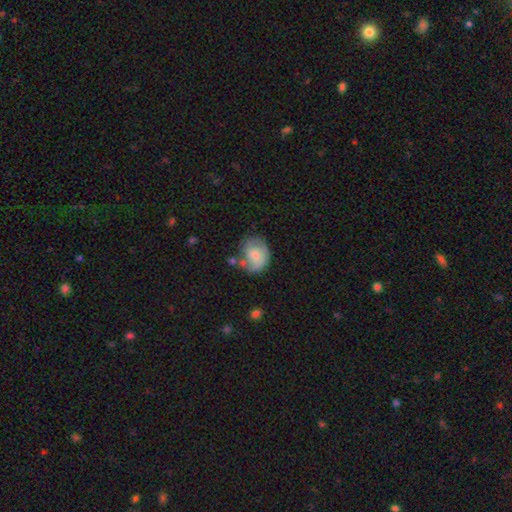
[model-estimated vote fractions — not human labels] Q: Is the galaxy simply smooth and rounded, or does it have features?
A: smooth — 63%.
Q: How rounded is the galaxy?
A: round — 54%.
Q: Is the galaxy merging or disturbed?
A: none — 45%.